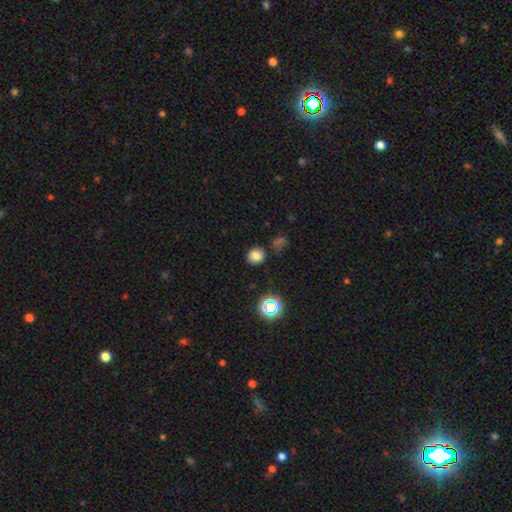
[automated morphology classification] Overall: smooth (77%). How rounded: round (72%). Merging: none (81%).